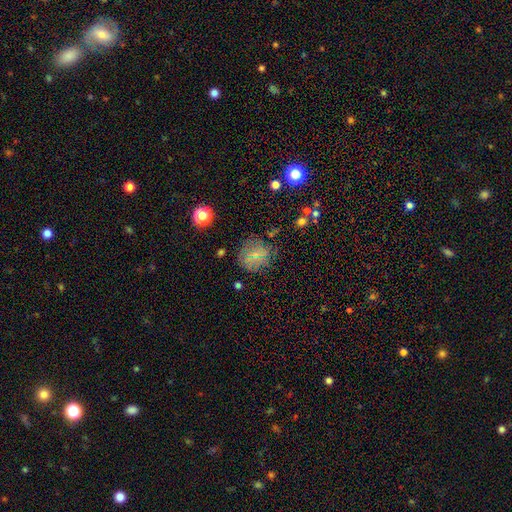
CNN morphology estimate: smooth_or_featured: smooth (p=0.65) [alt: star or artifact p=0.20]
how_rounded: round (p=0.83) [alt: in between p=0.16]
merging: none (p=0.76) [alt: minor disturbance p=0.15]